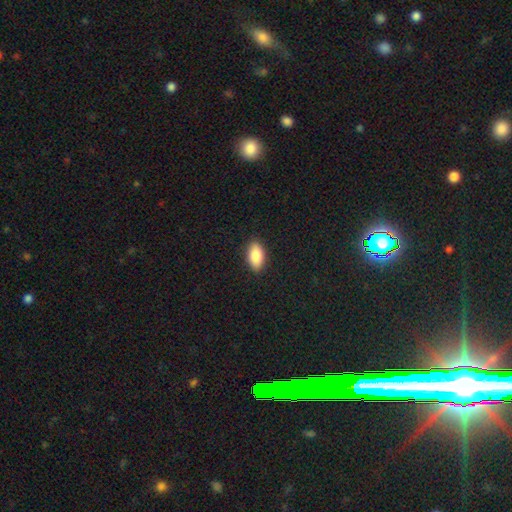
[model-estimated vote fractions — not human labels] Smooth or featured? smooth (87%)
How rounded? in between (92%)
Merging? none (89%)